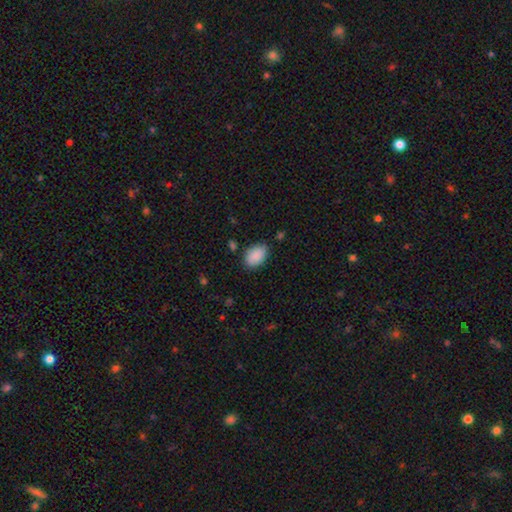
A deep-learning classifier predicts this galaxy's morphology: Q: Smooth or featured?
A: smooth (90%); runner-up: star or artifact (7%)
Q: How rounded?
A: in between (88%); runner-up: round (11%)
Q: Merging?
A: none (81%); runner-up: minor disturbance (14%)